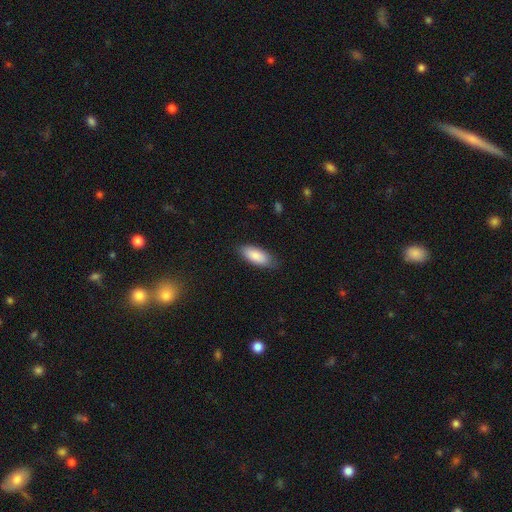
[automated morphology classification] type=smooth (87%); roundness=in between (85%); merging=none (82%).